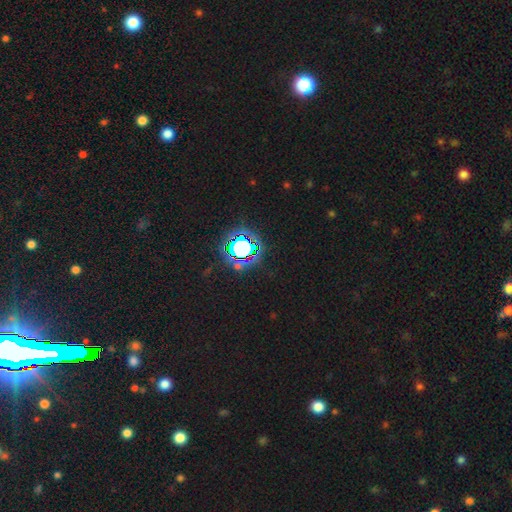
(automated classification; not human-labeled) A star or artifact, not a galaxy (83%).